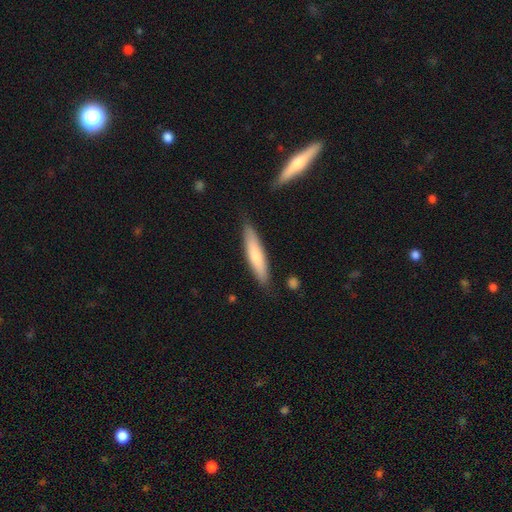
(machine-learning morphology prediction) Smooth or featured?
  - smooth: 72% *
  - featured or disk: 23%
  - star or artifact: 5%
How rounded?
  - cigar-shaped: 84% *
  - in between: 15%
  - round: 1%
Merging?
  - none: 84% *
  - minor disturbance: 12%
  - major disturbance: 2%
  - merger: 2%